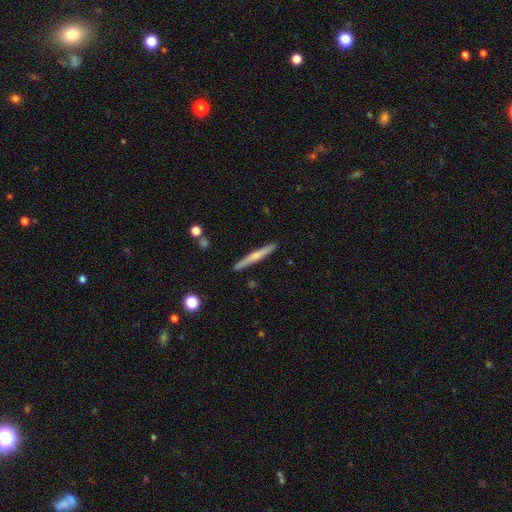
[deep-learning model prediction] A featured or disk galaxy (50%) viewed edge-on (97%).

Vote fractions:
- Smooth or featured? featured or disk: 50% / smooth: 44% / star or artifact: 6%
- Edge-on disk? yes: 97% / no: 3%
- Merging? none: 91% / minor disturbance: 6% / merger: 1% / major disturbance: 1%